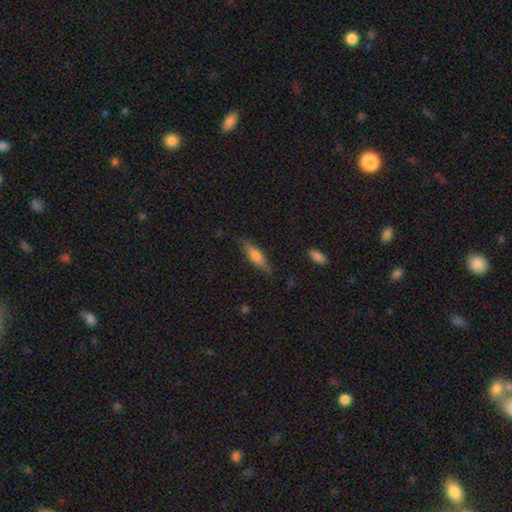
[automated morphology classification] Q: Smooth or featured?
A: smooth (53%); runner-up: featured or disk (40%)
Q: How rounded?
A: cigar-shaped (64%); runner-up: in between (33%)
Q: Merging?
A: none (81%); runner-up: minor disturbance (14%)